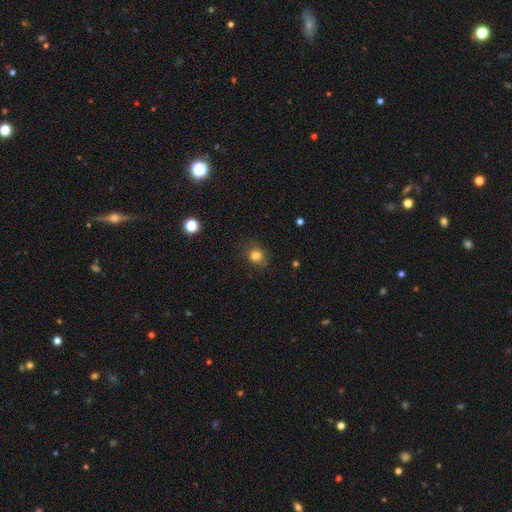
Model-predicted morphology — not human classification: Smooth or featured: smooth — 82% (star or artifact — 13%)
How rounded: round — 77% (in between — 22%)
Merging: none — 79% (minor disturbance — 16%)